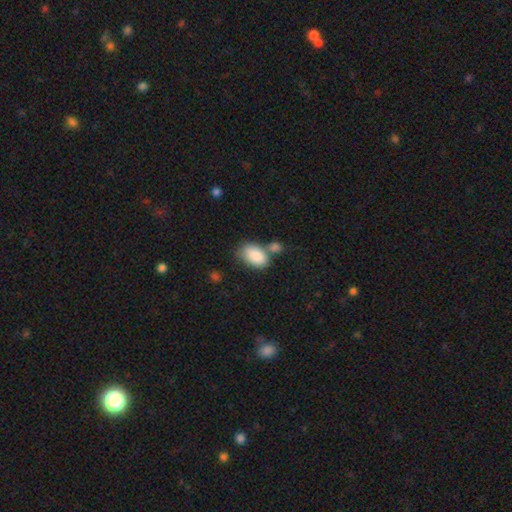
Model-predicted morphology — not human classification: type=smooth (87%); roundness=in between (92%); merging=none (46%).